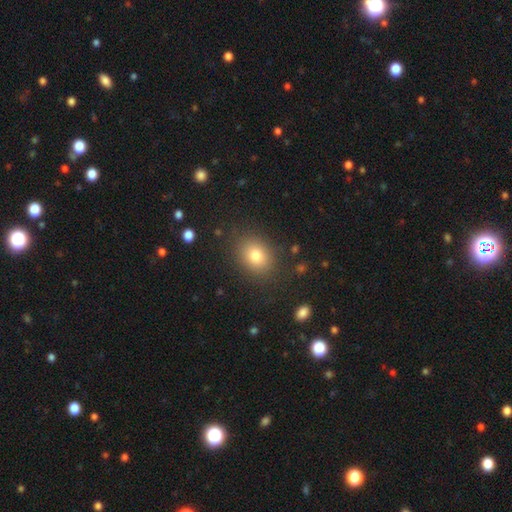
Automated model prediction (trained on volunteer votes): A smooth galaxy with no disk features (78%) that is in between round and cigar-shaped (52%).

Vote fractions:
- Smooth or featured? smooth: 78% / star or artifact: 12% / featured or disk: 10%
- How rounded? in between: 52% / round: 47% / cigar-shaped: 1%
- Merging? none: 85% / minor disturbance: 10% / major disturbance: 4% / merger: 1%